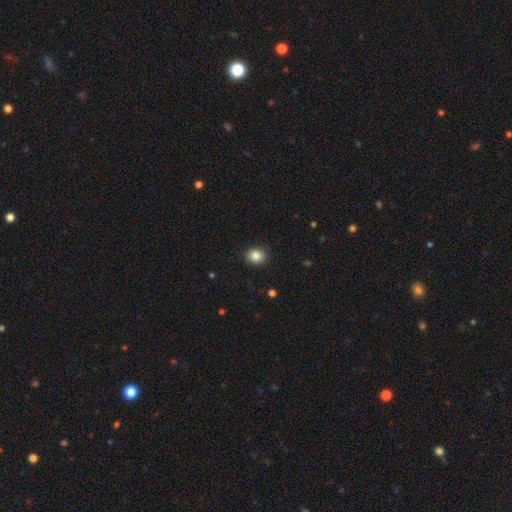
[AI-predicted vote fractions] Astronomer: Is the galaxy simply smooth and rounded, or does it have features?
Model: smooth — 85%.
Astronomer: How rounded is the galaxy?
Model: round — 81%.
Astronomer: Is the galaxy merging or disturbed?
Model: none — 91%.